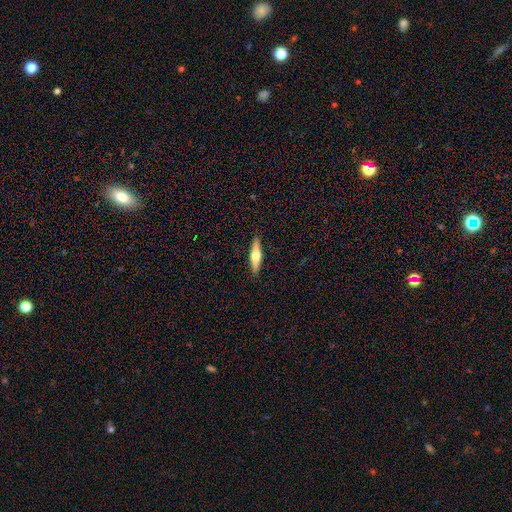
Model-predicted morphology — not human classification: This is possibly a featured or disk galaxy (52%). It is clearly viewed edge-on (95%). Merging: clearly none (90%).